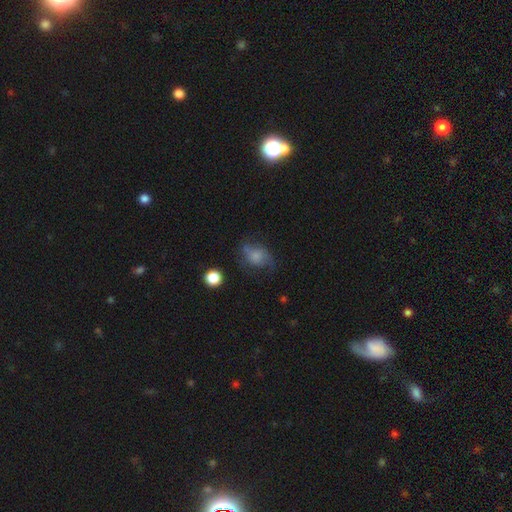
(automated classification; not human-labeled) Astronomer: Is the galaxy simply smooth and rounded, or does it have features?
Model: smooth — 60%.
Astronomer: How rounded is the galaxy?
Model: in between — 64%.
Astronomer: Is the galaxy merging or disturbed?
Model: none — 48% (runner-up: minor disturbance, 29%).